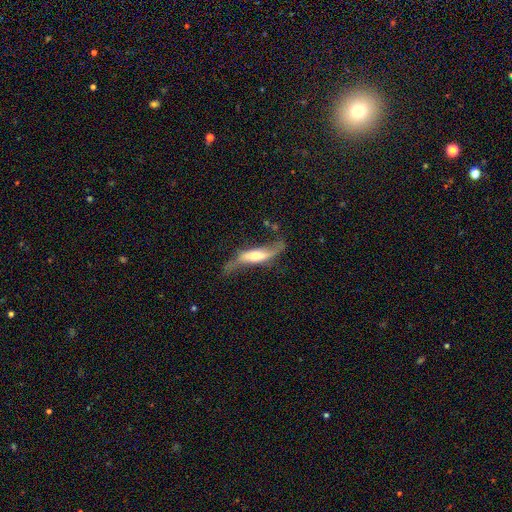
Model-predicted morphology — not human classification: Q: Smooth or featured?
A: featured or disk (66%); runner-up: smooth (28%)
Q: Edge-on disk?
A: no (61%); runner-up: yes (39%)
Q: Merging?
A: none (46%); runner-up: minor disturbance (27%)